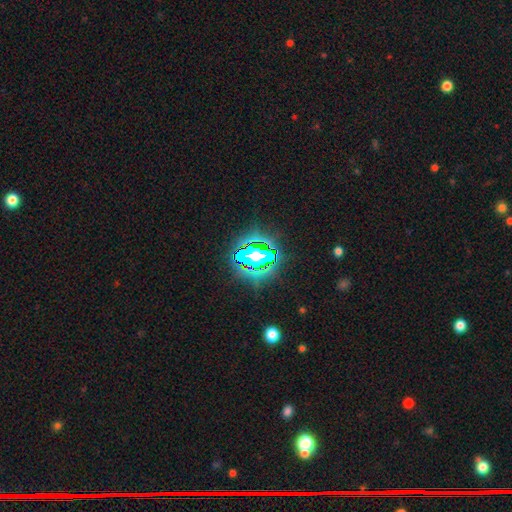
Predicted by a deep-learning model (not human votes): Smooth or featured?
  - star or artifact: 81% *
  - smooth: 12%
  - featured or disk: 7%